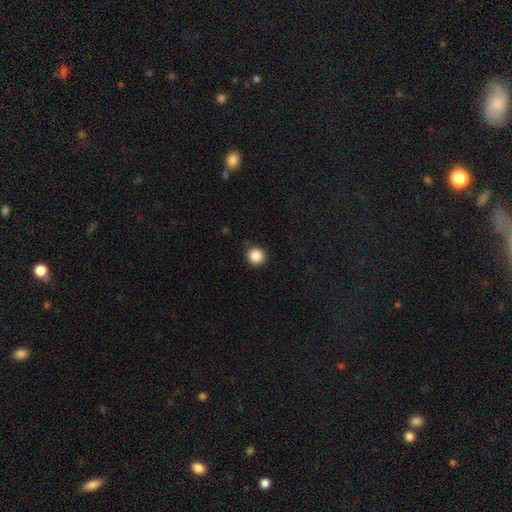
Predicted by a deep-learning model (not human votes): A smooth galaxy with no disk features (87%) that is round (95%).

Vote fractions:
- Smooth or featured? smooth: 87% / star or artifact: 10% / featured or disk: 3%
- How rounded? round: 95% / in between: 4% / cigar-shaped: 1%
- Merging? none: 88% / minor disturbance: 9% / major disturbance: 2% / merger: 1%